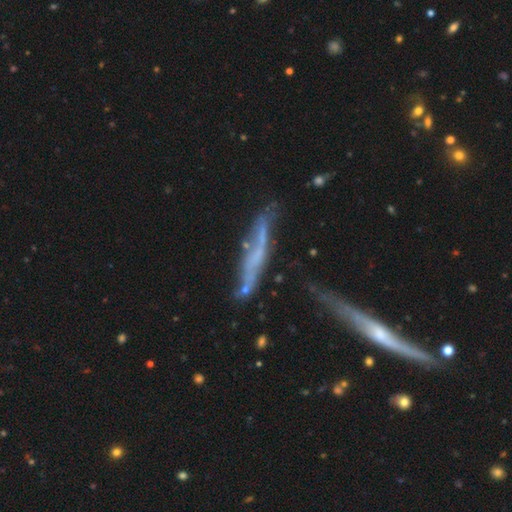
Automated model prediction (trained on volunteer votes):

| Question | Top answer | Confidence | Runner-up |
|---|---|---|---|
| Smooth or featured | featured or disk | 60% | smooth (30%) |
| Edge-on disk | yes | 68% | no (32%) |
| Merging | none | 47% | minor disturbance (24%) |